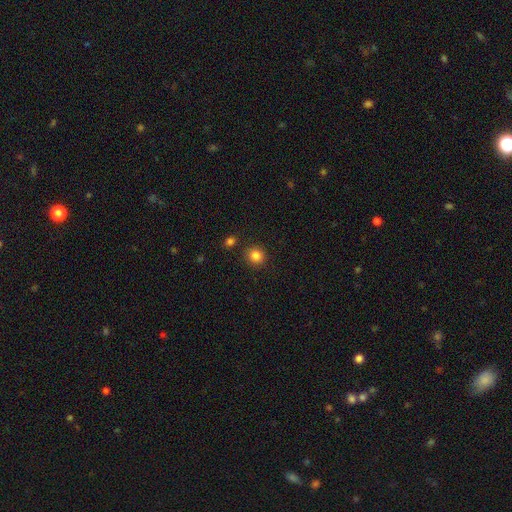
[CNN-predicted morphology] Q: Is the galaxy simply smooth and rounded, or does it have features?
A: smooth — 84%.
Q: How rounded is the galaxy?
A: round — 89%.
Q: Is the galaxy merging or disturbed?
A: none — 88%.